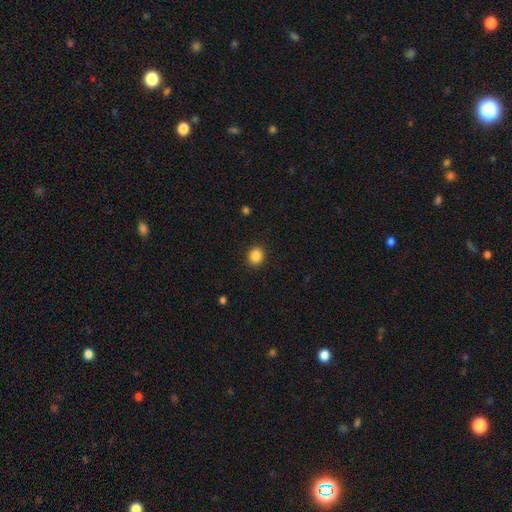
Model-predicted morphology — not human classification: smooth_or_featured: smooth (p=0.87) [alt: star or artifact p=0.10]
how_rounded: round (p=0.74) [alt: in between p=0.25]
merging: none (p=0.91) [alt: minor disturbance p=0.06]